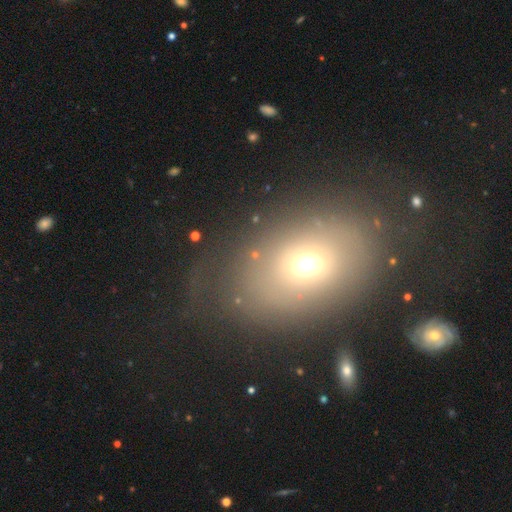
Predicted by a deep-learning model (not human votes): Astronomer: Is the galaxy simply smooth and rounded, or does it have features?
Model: smooth — 60%.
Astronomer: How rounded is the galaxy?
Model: in between — 62%.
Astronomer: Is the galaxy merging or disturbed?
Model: none — 61%.